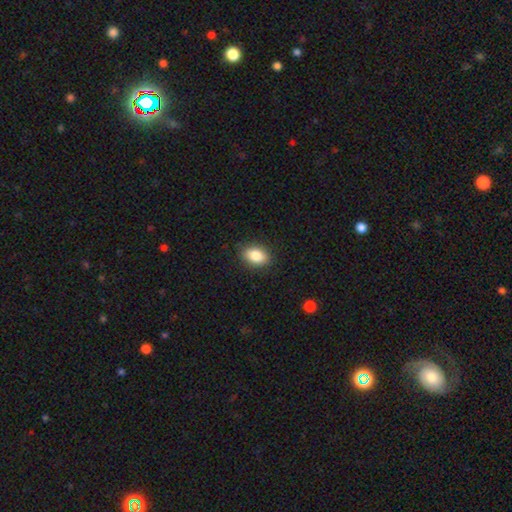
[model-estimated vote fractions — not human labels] Smooth or featured? Predicted: smooth (p=0.84). How rounded? Predicted: in between (p=0.85). Merging? Predicted: none (p=0.88).